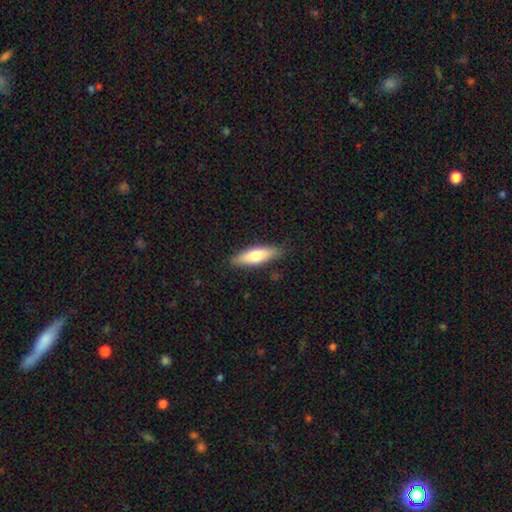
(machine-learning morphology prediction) smooth_or_featured: smooth (p=0.69) [alt: featured or disk p=0.26]
how_rounded: cigar-shaped (p=0.55) [alt: in between p=0.43]
merging: none (p=0.85) [alt: minor disturbance p=0.12]